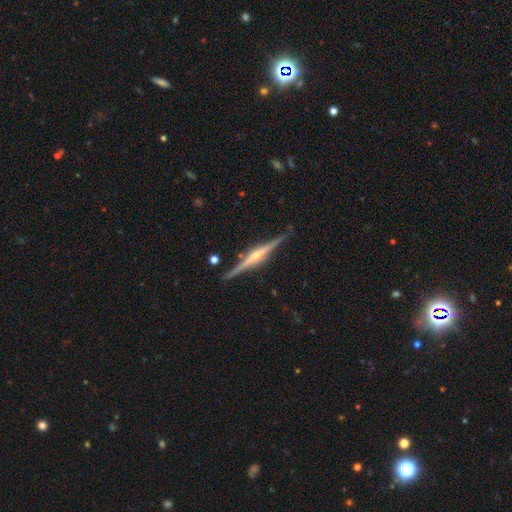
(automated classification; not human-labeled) Smooth or featured: featured or disk — 86% (smooth — 9%)
Edge-on disk: yes — 98% (no — 2%)
Edge-on bulge: rounded — 85% (boxy — 8%)
Merging: none — 89% (minor disturbance — 8%)